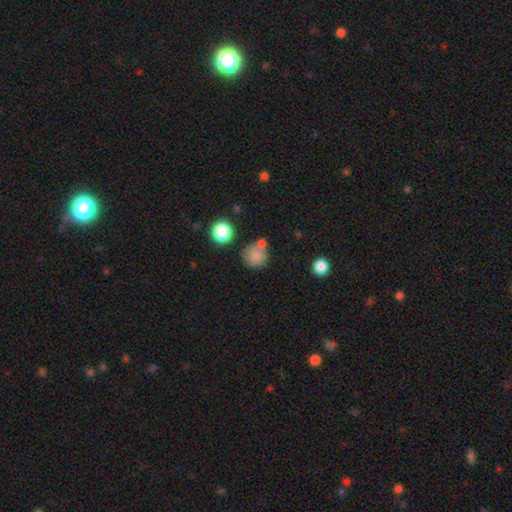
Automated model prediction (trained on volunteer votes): Overall: smooth (80%). How rounded: round (89%). Merging: none (58%; merger 20%).